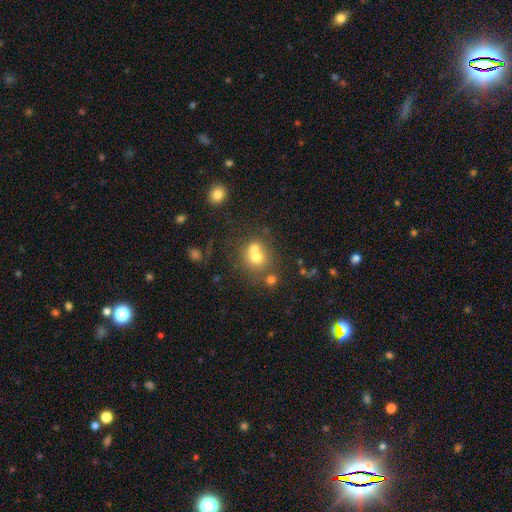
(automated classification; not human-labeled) Smooth or featured?
  - smooth: 65% *
  - featured or disk: 20%
  - star or artifact: 15%
How rounded?
  - round: 80% *
  - in between: 19%
  - cigar-shaped: 1%
Merging?
  - merger: 49% *
  - none: 39%
  - minor disturbance: 7%
  - major disturbance: 4%